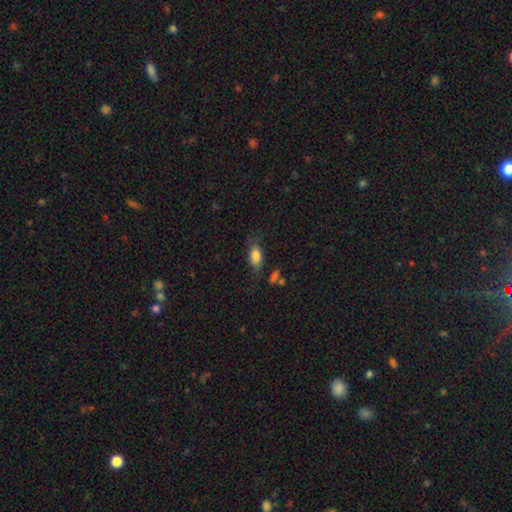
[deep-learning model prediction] smooth_or_featured: smooth (p=0.80) [alt: featured or disk p=0.12]
how_rounded: in between (p=0.84) [alt: cigar-shaped p=0.10]
merging: none (p=0.68) [alt: minor disturbance p=0.21]